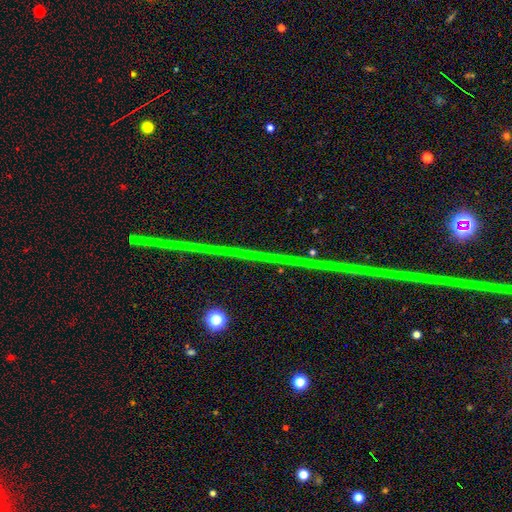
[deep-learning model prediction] Smooth or featured? star or artifact (86%)